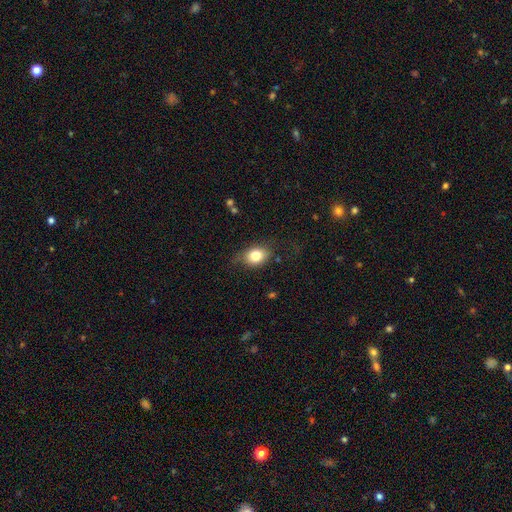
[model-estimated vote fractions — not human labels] smooth_or_featured: smooth (p=0.78) [alt: featured or disk p=0.13]
how_rounded: in between (p=0.67) [alt: round p=0.31]
merging: none (p=0.73) [alt: minor disturbance p=0.19]